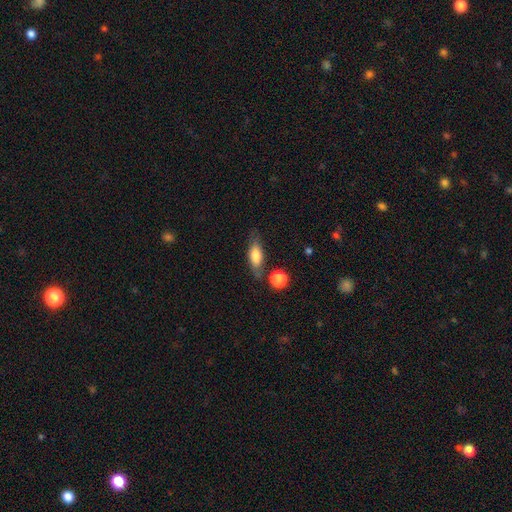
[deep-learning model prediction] smooth 70%, featured or disk 23%, star or artifact 7%. Down the decision tree: how rounded — in between (68%); merging — none (69%).